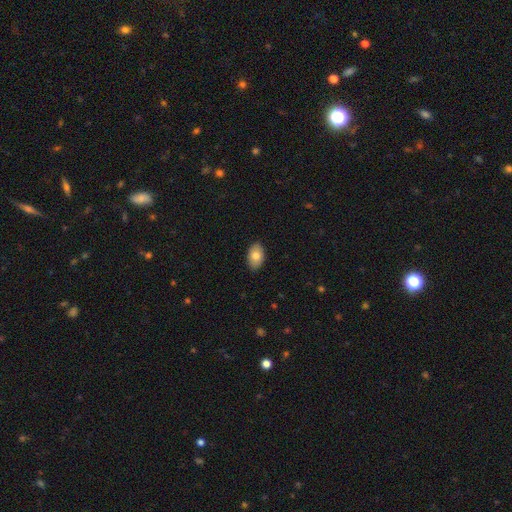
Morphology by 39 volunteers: Overall: smooth (90%). How rounded: in between (94%). Merging: none (78%).